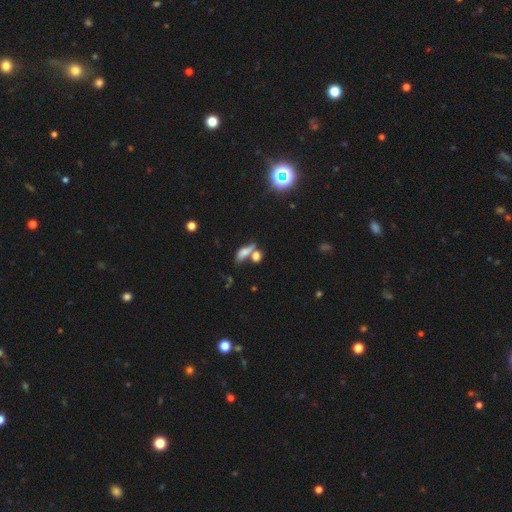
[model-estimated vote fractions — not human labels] A smooth galaxy with no disk features (67%) that is in between round and cigar-shaped (57%). Merging: merger (44%).